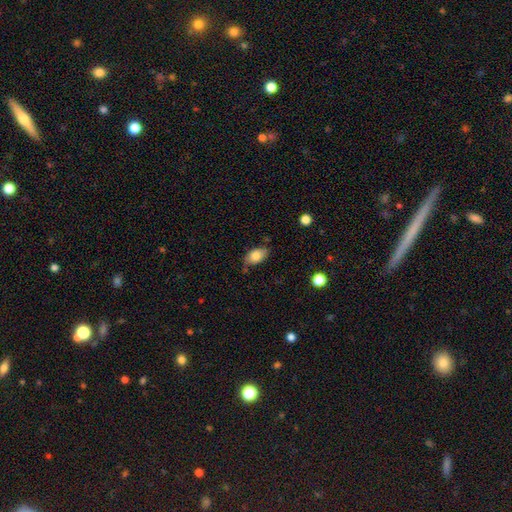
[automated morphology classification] smooth_or_featured: smooth (p=0.80) [alt: featured or disk p=0.12]
how_rounded: in between (p=0.90) [alt: round p=0.07]
merging: none (p=0.70) [alt: minor disturbance p=0.22]